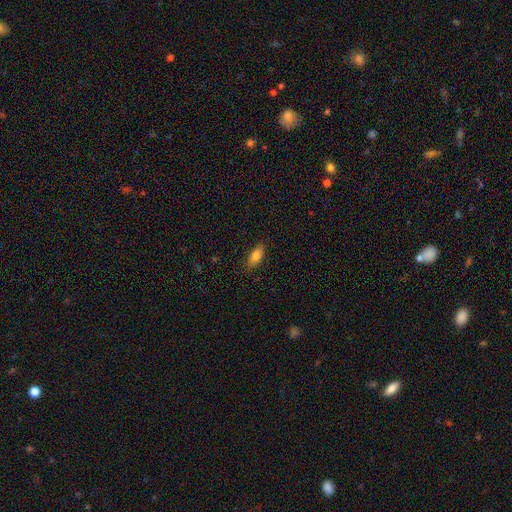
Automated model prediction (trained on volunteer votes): smooth_or_featured: smooth (p=0.82) [alt: featured or disk p=0.11]
how_rounded: in between (p=0.80) [alt: cigar-shaped p=0.18]
merging: none (p=0.84) [alt: minor disturbance p=0.12]